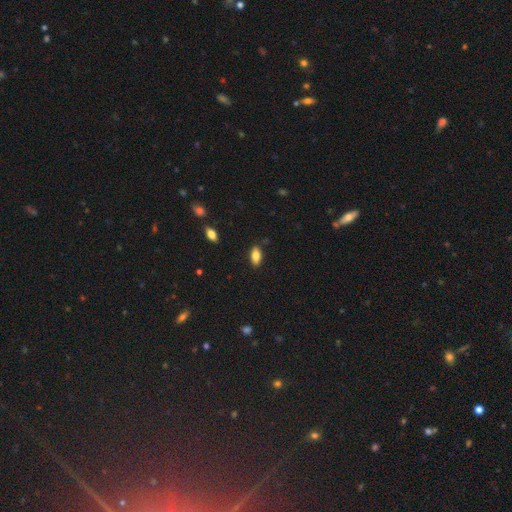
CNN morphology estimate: smooth_or_featured: smooth (p=0.81) [alt: featured or disk p=0.12]
how_rounded: in between (p=0.89) [alt: cigar-shaped p=0.08]
merging: none (p=0.86) [alt: minor disturbance p=0.10]